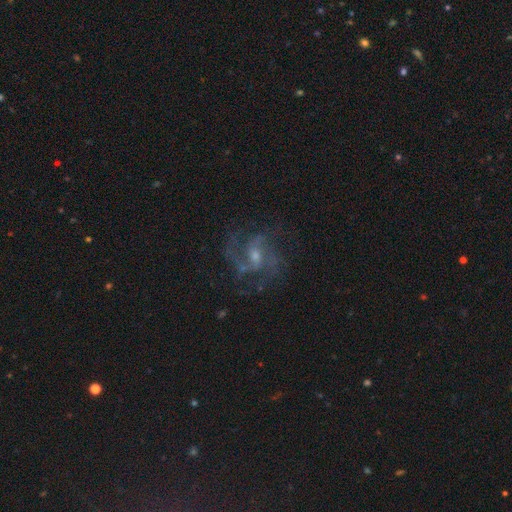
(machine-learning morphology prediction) featured or disk 84%, star or artifact 8%, smooth 7%. Down the decision tree: edge-on disk — no (98%); bar — weak (48%); spiral arms — yes (95%); spiral arm count — 2 (43%); spiral winding — medium (55%); bulge size — small (48%); merging — none (66%).